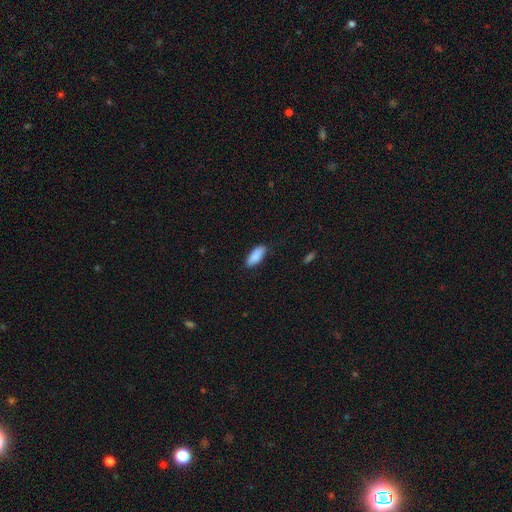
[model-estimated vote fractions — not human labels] The model was most divided on "how rounded": in between: 75%, cigar-shaped: 23%, round: 2%. More confident: smooth or featured — smooth (89%); merging — none (85%).